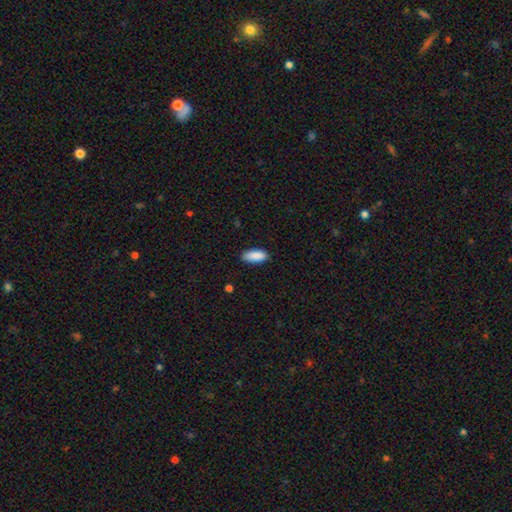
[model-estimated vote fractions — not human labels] A smooth galaxy with no disk features (90%) that is in between round and cigar-shaped (85%).

Vote fractions:
- Smooth or featured? smooth: 90% / star or artifact: 6% / featured or disk: 4%
- How rounded? in between: 85% / cigar-shaped: 13% / round: 2%
- Merging? none: 85% / minor disturbance: 11% / major disturbance: 2% / merger: 1%